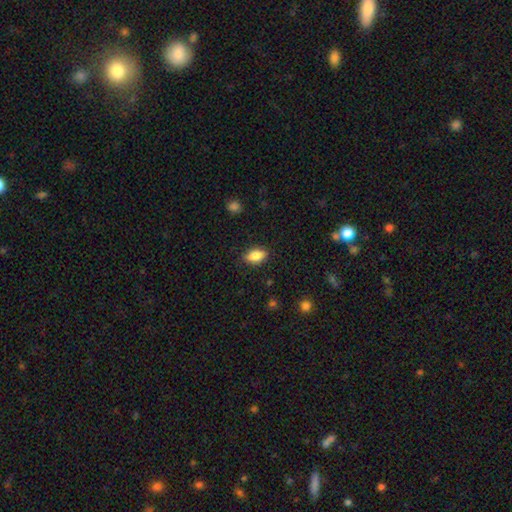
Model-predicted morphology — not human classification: Smooth or featured: smooth — 84% (featured or disk — 8%)
How rounded: in between — 88% (cigar-shaped — 7%)
Merging: none — 85% (minor disturbance — 11%)